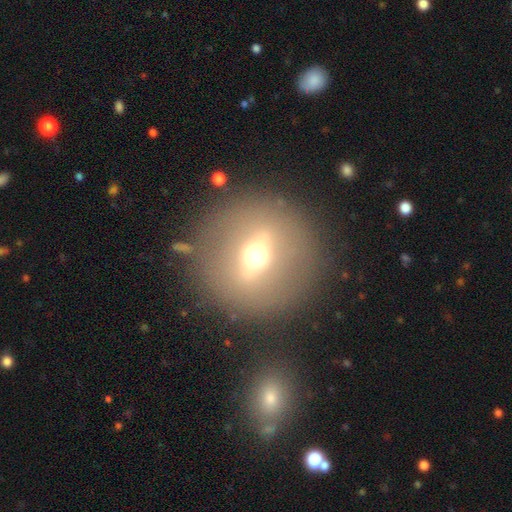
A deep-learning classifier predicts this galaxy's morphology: Overall: featured or disk (58%; smooth 31%). Edge-on disk: no (53%; yes 47%). Merging: none (86%).